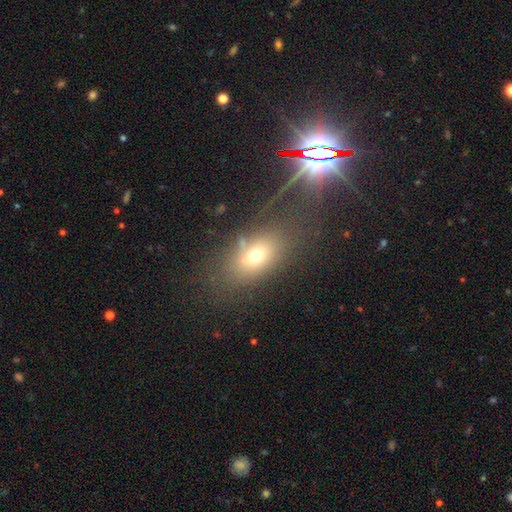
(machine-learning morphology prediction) Smooth or featured? Predicted: smooth (p=0.64). How rounded? Predicted: in between (p=0.74). Merging? Predicted: none (p=0.66).